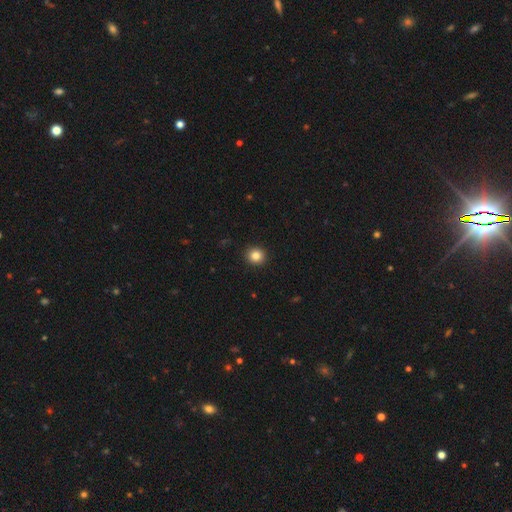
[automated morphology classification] Smooth or featured? smooth (85%)
How rounded? round (91%)
Merging? none (93%)